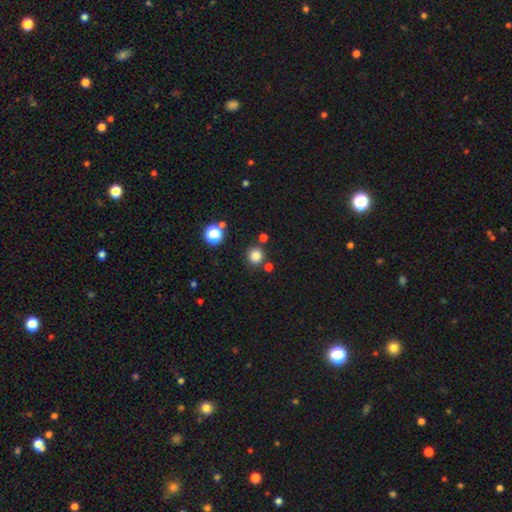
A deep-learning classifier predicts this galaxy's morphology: Smooth or featured? Predicted: smooth (p=0.81). How rounded? Predicted: round (p=0.92). Merging? Predicted: none (p=0.81).